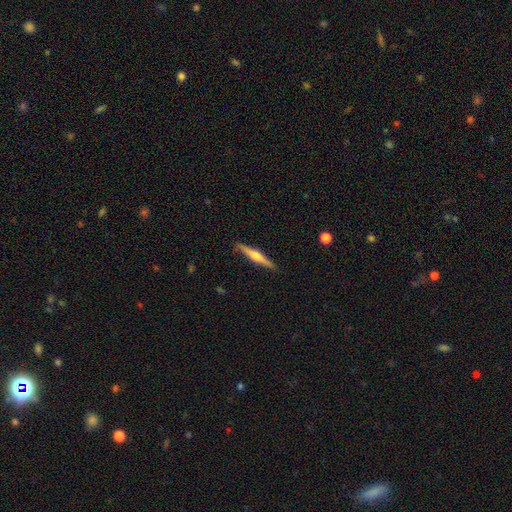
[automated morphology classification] A featured or disk galaxy (63%) viewed edge-on (97%) with a rounded central bulge (84%).

Vote fractions:
- Smooth or featured? featured or disk: 63% / smooth: 31% / star or artifact: 5%
- Edge-on disk? yes: 97% / no: 3%
- Edge-on bulge? rounded: 84% / boxy: 8% / none: 8%
- Merging? none: 88% / minor disturbance: 9% / major disturbance: 2% / merger: 1%